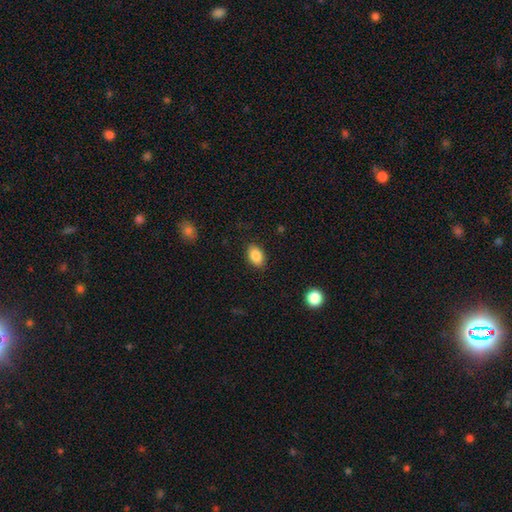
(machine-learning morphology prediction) This appears to be a smooth galaxy with no disk features (87%) that is in between round and cigar-shaped (88%). Merging: none (86%).